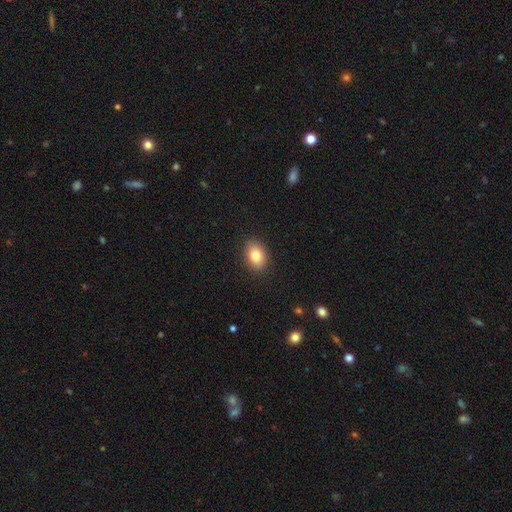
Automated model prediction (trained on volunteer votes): Overall: smooth (81%). How rounded: in between (77%). Merging: none (89%).